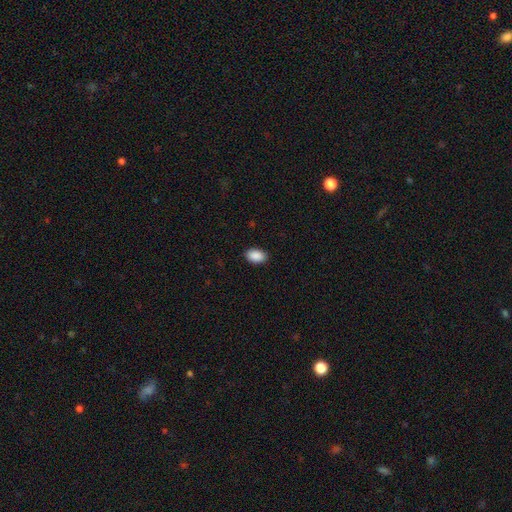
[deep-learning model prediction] Smooth or featured? smooth (90%)
How rounded? in between (90%)
Merging? none (90%)